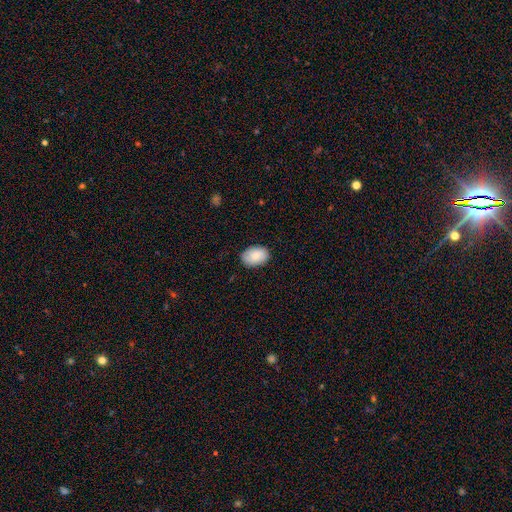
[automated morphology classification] Smooth or featured?
  - smooth: 86% *
  - featured or disk: 8%
  - star or artifact: 6%
How rounded?
  - in between: 85% *
  - round: 14%
  - cigar-shaped: 1%
Merging?
  - none: 84% *
  - minor disturbance: 12%
  - major disturbance: 2%
  - merger: 1%